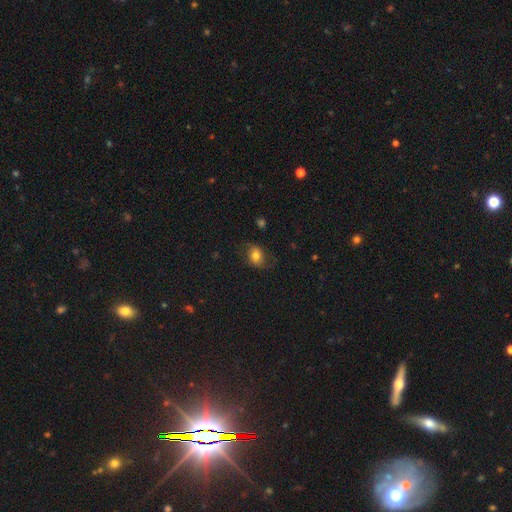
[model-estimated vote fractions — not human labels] smooth 66%, featured or disk 24%, star or artifact 10%. Down the decision tree: how rounded — in between (59%); merging — none (66%).